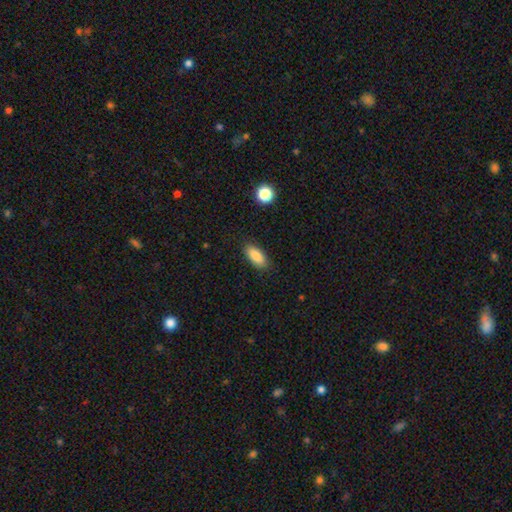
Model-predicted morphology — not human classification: Smooth or featured?
  - smooth: 86% *
  - star or artifact: 7%
  - featured or disk: 6%
How rounded?
  - in between: 85% *
  - cigar-shaped: 13%
  - round: 3%
Merging?
  - none: 87% *
  - minor disturbance: 9%
  - major disturbance: 2%
  - merger: 1%